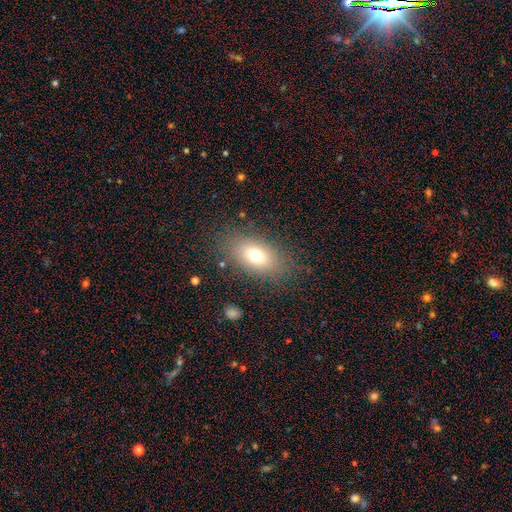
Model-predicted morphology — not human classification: This is likely a smooth galaxy (72%). How rounded: clearly in between (84%). Merging: clearly none (81%).